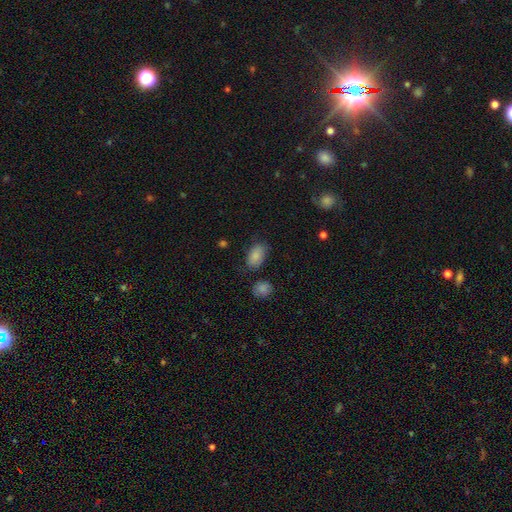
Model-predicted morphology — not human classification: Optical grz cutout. It shows a smooth galaxy with no disk features (86%) that is in between round and cigar-shaped (92%). Merging: none (76%).